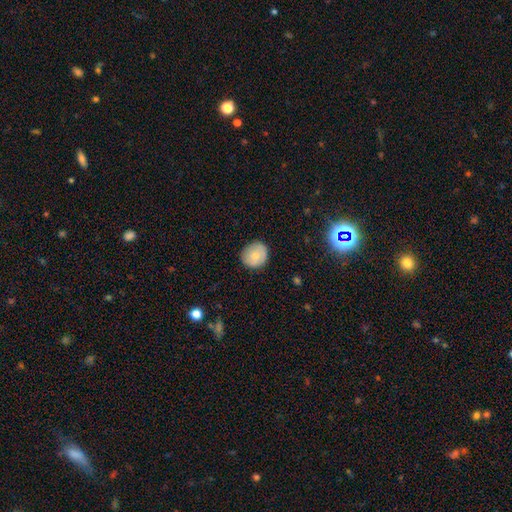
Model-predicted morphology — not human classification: Smooth or featured? Predicted: smooth (p=0.79). How rounded? Predicted: round (p=0.82). Merging? Predicted: none (p=0.84).